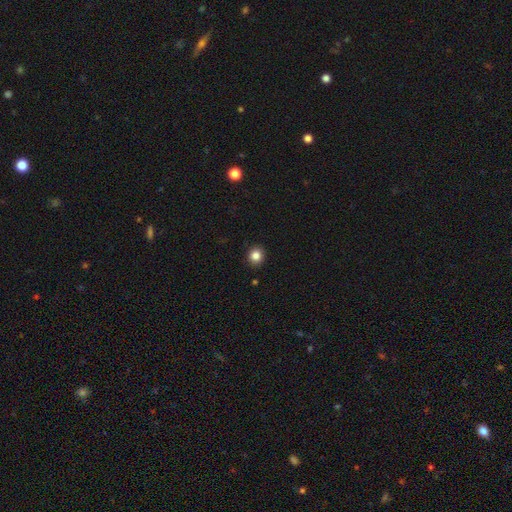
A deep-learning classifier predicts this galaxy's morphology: smooth-or-featured: smooth: 84% | star or artifact: 11% | featured or disk: 5%
  how-rounded: round: 85% | in between: 14% | cigar-shaped: 1%
  merging: none: 92% | minor disturbance: 5% | major disturbance: 2% | merger: 1%